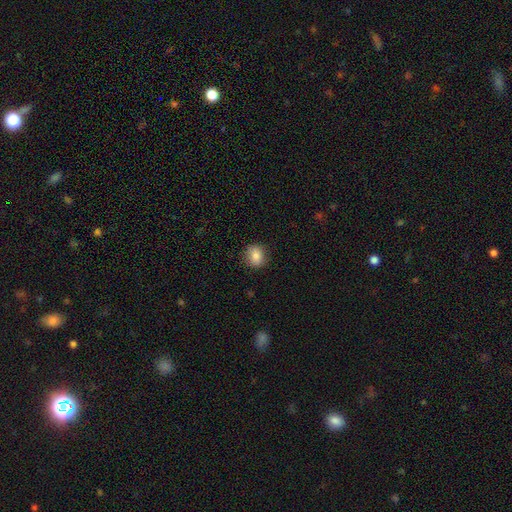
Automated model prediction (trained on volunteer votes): This appears to be a smooth galaxy with no disk features (83%) that is round (73%). Merging: none (87%).